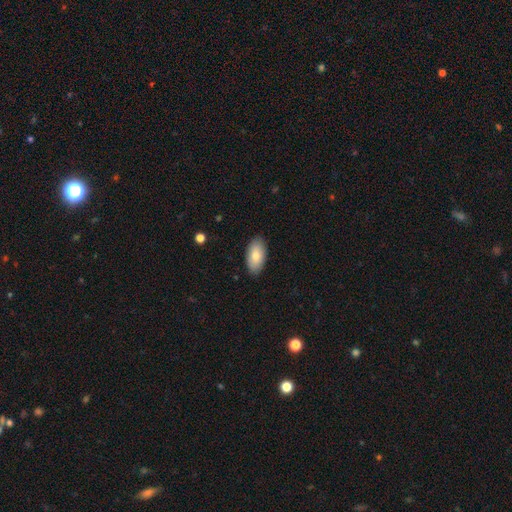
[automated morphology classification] Q: Smooth or featured?
A: smooth (80%); runner-up: featured or disk (14%)
Q: How rounded?
A: in between (94%); runner-up: cigar-shaped (3%)
Q: Merging?
A: none (88%); runner-up: minor disturbance (10%)